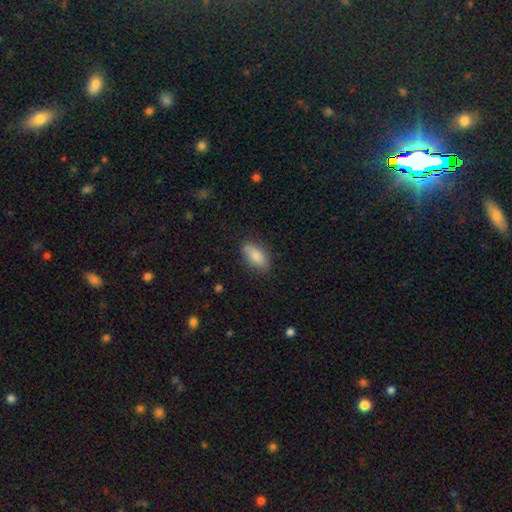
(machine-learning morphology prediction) smooth 83%, featured or disk 10%, star or artifact 7%. Down the decision tree: how rounded — in between (88%); merging — none (79%).